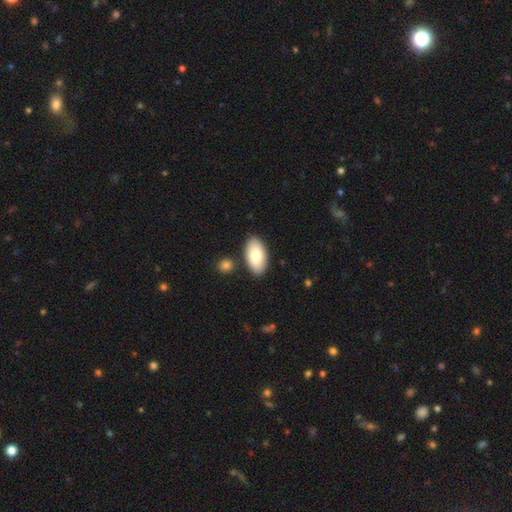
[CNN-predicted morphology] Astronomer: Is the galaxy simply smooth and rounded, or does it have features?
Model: smooth — 80%.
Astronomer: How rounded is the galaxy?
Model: in between — 94%.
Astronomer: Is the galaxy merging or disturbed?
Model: none — 84%.